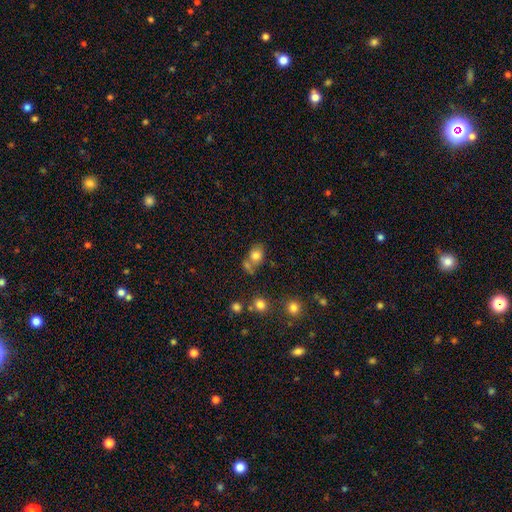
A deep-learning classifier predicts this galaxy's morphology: Smooth or featured? smooth (77%)
How rounded? in between (56%)
Merging? none (47%)